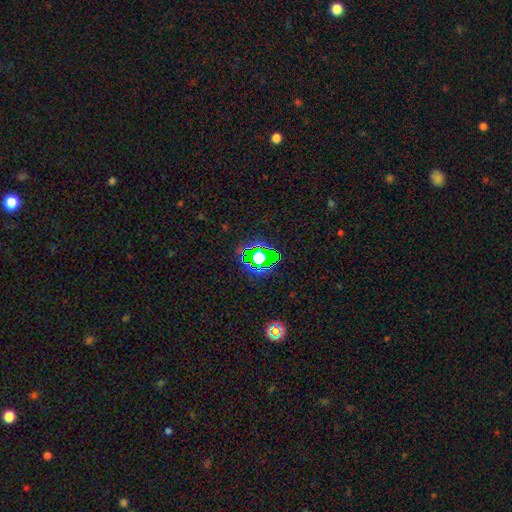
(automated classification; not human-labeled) Morphology: type=star or artifact (64%).